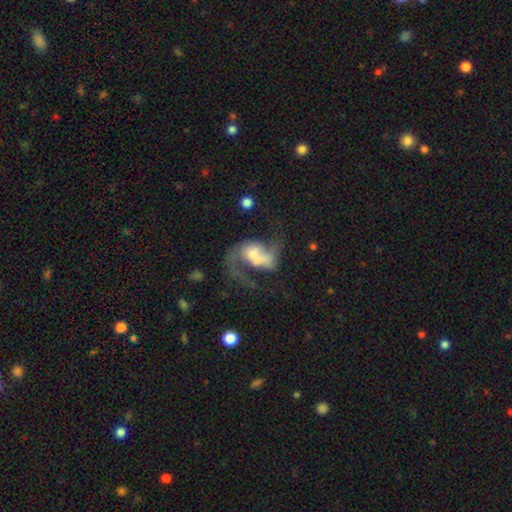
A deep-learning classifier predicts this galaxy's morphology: This appears to be a featured or disk galaxy (70%) with no bar (61%), 2 (66%) loose (68%) spiral arms (79%) and a moderate central bulge (35%). Merging: merger (36%).